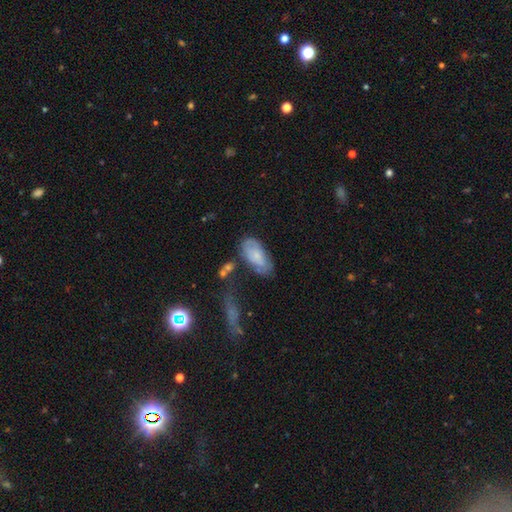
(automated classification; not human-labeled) Q: Smooth or featured?
A: smooth (57%); runner-up: featured or disk (35%)
Q: How rounded?
A: in between (90%); runner-up: cigar-shaped (6%)
Q: Merging?
A: none (52%); runner-up: minor disturbance (27%)